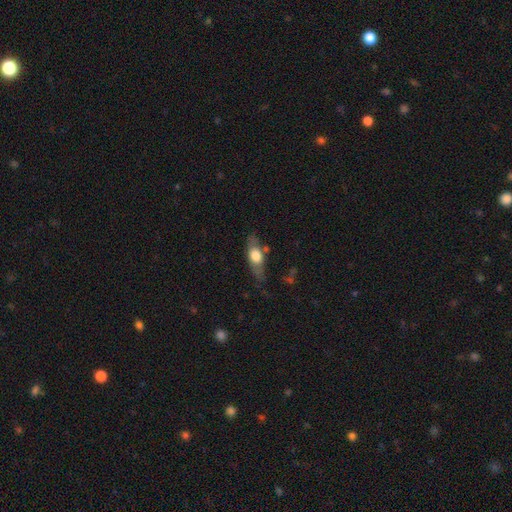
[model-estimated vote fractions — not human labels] Smooth or featured? Predicted: smooth (p=0.56). How rounded? Predicted: in between (p=0.64). Merging? Predicted: none (p=0.65).